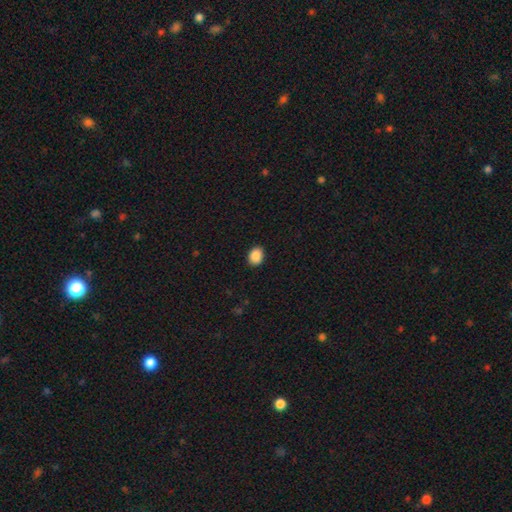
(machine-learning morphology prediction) Smooth or featured: smooth — 89% (star or artifact — 8%)
How rounded: in between — 58% (round — 41%)
Merging: none — 88% (minor disturbance — 9%)